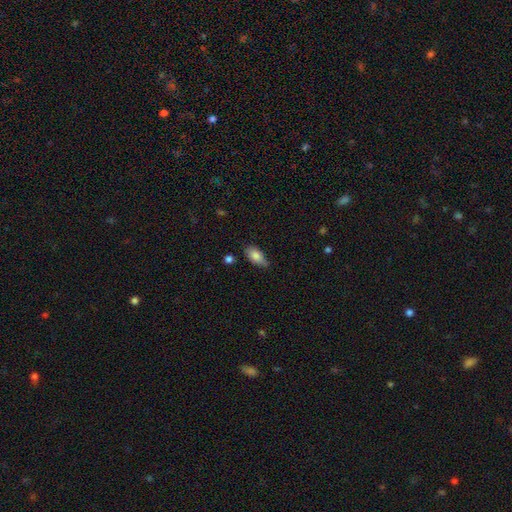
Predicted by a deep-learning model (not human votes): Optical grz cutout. It shows a smooth galaxy with no disk features (82%) that is in between round and cigar-shaped (89%). Merging: none (64%).